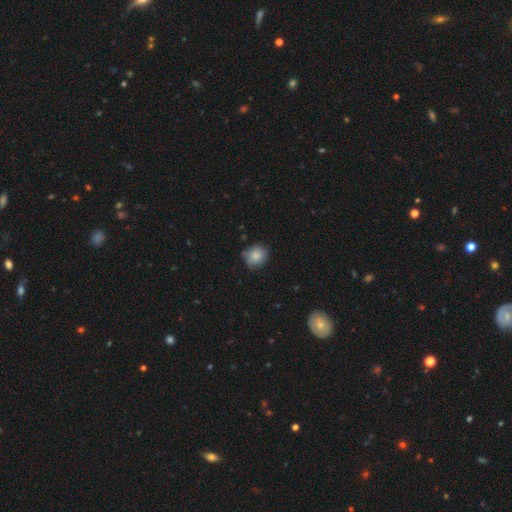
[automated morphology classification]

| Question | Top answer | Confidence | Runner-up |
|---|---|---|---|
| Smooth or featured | smooth | 81% | featured or disk (11%) |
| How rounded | round | 70% | in between (29%) |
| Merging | none | 70% | minor disturbance (23%) |